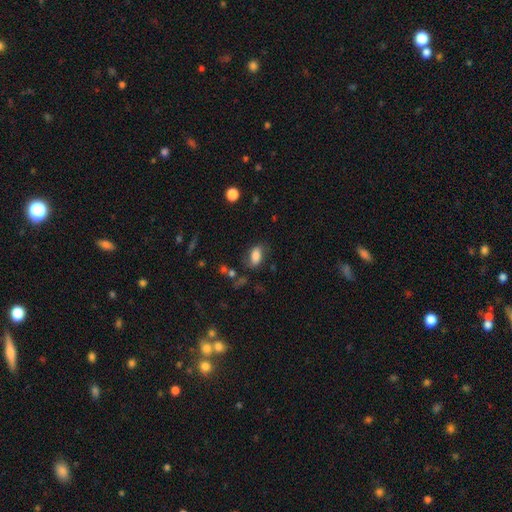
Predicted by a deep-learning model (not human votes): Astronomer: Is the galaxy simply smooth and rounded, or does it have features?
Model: smooth — 77%.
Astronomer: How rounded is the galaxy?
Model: in between — 87%.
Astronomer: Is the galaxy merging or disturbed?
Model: none — 66%.